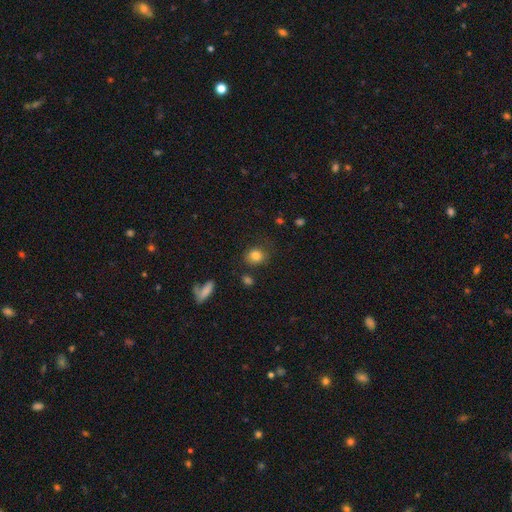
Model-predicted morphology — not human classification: type=smooth (82%); roundness=round (72%); merging=none (78%).